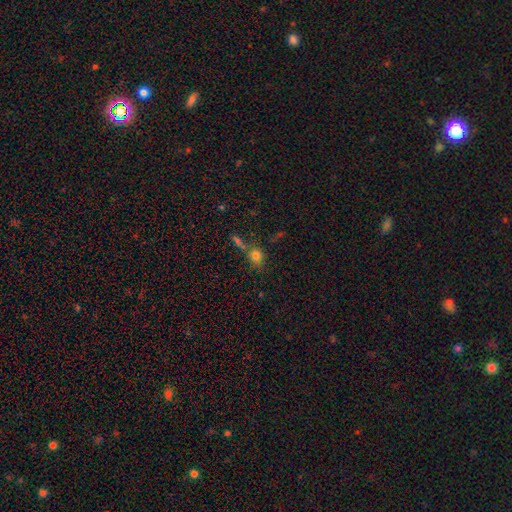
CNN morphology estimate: The model was most divided on "how rounded": round: 52%, in between: 45%, cigar-shaped: 3%. More confident: smooth or featured — smooth (75%); merging — none (61%).